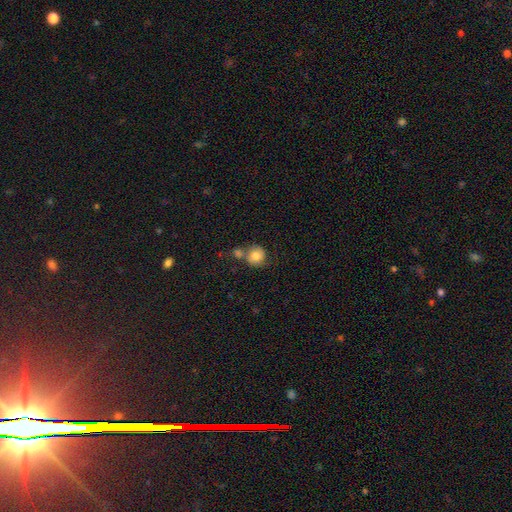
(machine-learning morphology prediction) Smooth or featured? Predicted: smooth (p=0.79). How rounded? Predicted: round (p=0.87). Merging? Predicted: none (p=0.46).